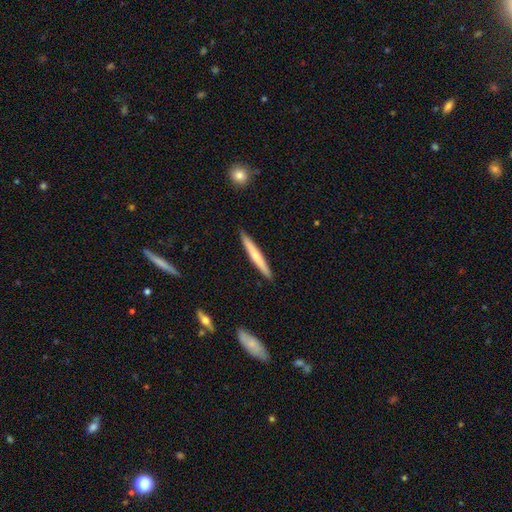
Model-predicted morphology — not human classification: Smooth or featured? Predicted: smooth (p=0.59). How rounded? Predicted: cigar-shaped (p=0.96). Merging? Predicted: none (p=0.91).